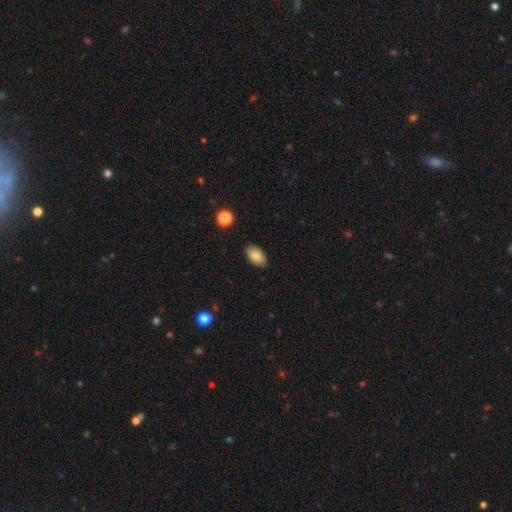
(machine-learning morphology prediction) The model was most divided on "merging": none: 85%, minor disturbance: 11%, major disturbance: 2%, merger: 1%. More confident: how rounded — in between (93%); smooth or featured — smooth (85%).